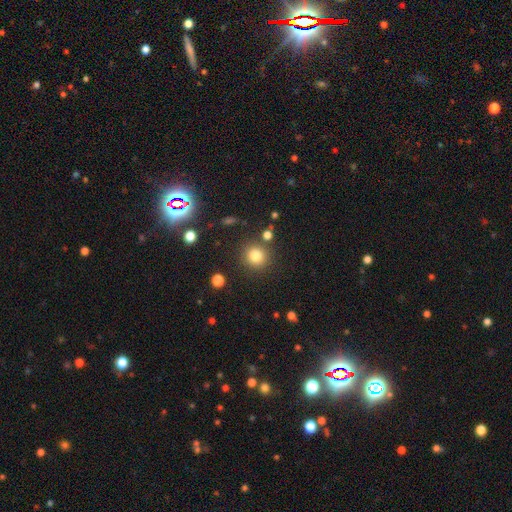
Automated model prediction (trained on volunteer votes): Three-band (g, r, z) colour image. It shows a smooth galaxy with no disk features (81%) that is round (92%). Merging: none (85%).